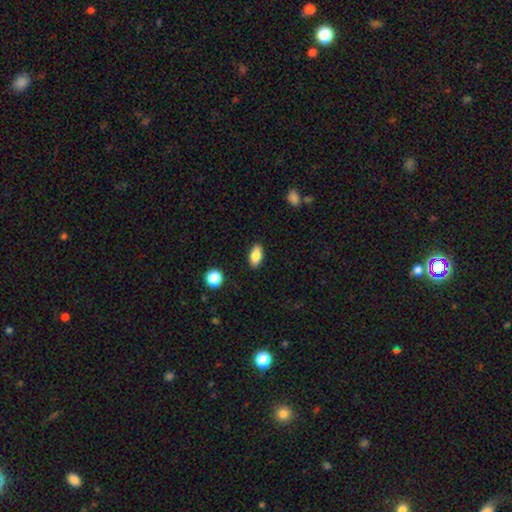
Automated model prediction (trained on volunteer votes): A smooth galaxy with no disk features (83%) that is in between round and cigar-shaped (88%). Merging: none (88%).